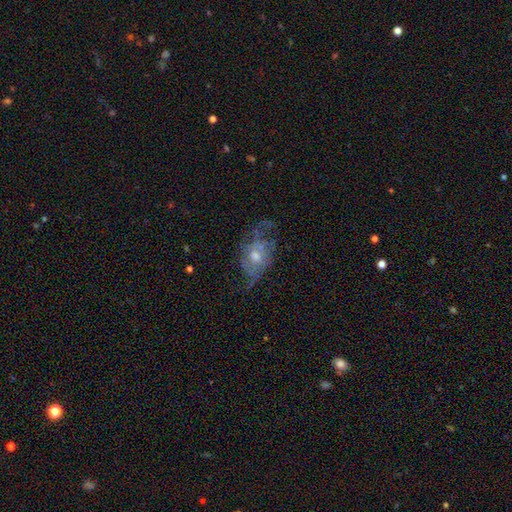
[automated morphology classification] Smooth or featured? Predicted: featured or disk (p=0.69). Edge-on disk? Predicted: no (p=0.94). Bar? Predicted: no (p=0.79). Spiral arms? Predicted: yes (p=0.69). Bulge size? Predicted: moderate (p=0.59). Merging? Predicted: none (p=0.50).